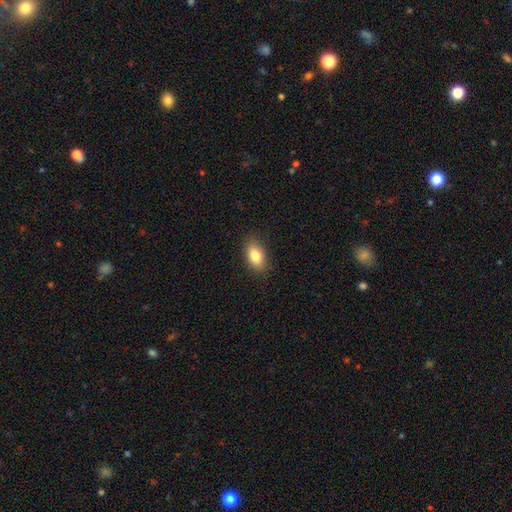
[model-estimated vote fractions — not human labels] Overall: smooth (82%). How rounded: in between (88%). Merging: none (87%).